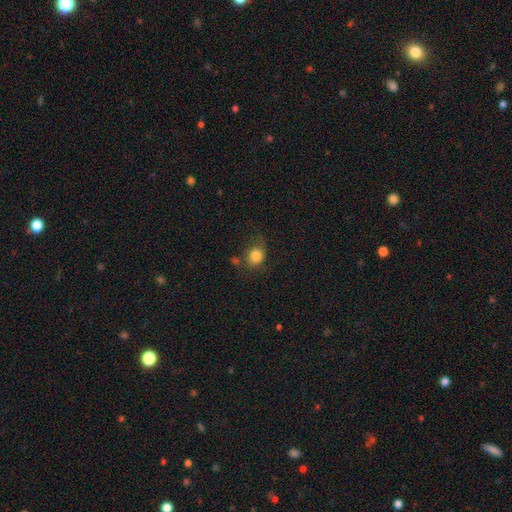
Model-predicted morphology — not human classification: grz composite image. It shows a smooth galaxy with no disk features (81%) that is round (70%). Merging: none (53%).